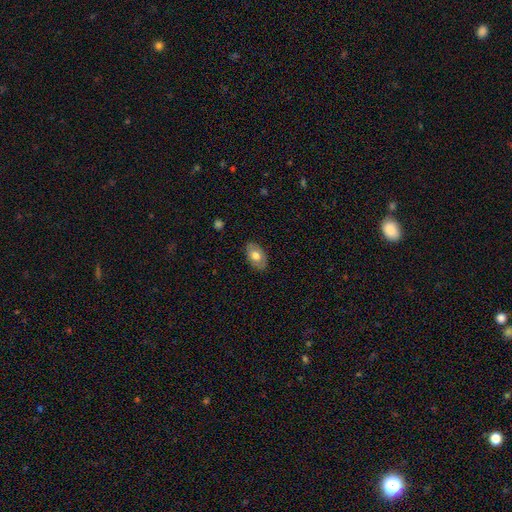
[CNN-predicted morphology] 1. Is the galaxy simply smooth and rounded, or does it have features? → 66% smooth, 28% featured or disk, 6% star or artifact.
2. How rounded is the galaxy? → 91% in between, 8% round, 1% cigar-shaped.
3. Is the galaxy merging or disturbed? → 83% none, 13% minor disturbance, 3% major disturbance, 1% merger.